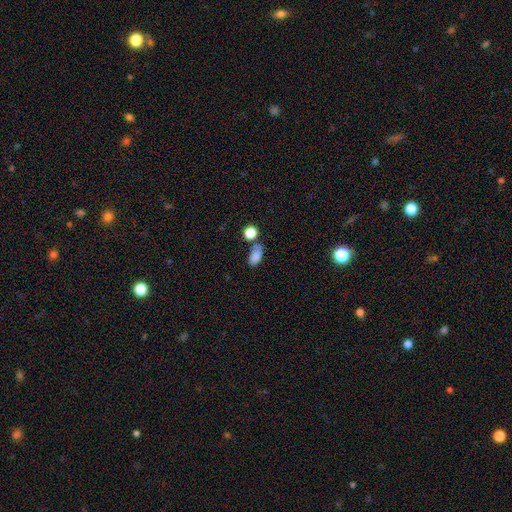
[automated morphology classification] Smooth or featured: smooth — 82% (star or artifact — 10%)
How rounded: in between — 87% (round — 9%)
Merging: none — 51% (minor disturbance — 21%)